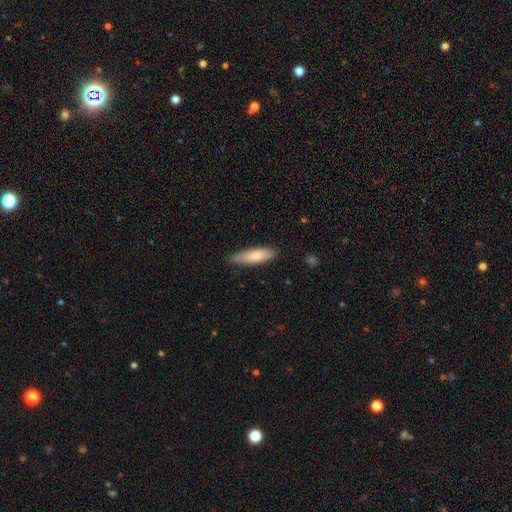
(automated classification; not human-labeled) smooth-or-featured: smooth: 78% | featured or disk: 17% | star or artifact: 6%
  how-rounded: cigar-shaped: 59% | in between: 39% | round: 2%
  merging: none: 78% | minor disturbance: 18% | major disturbance: 3% | merger: 1%